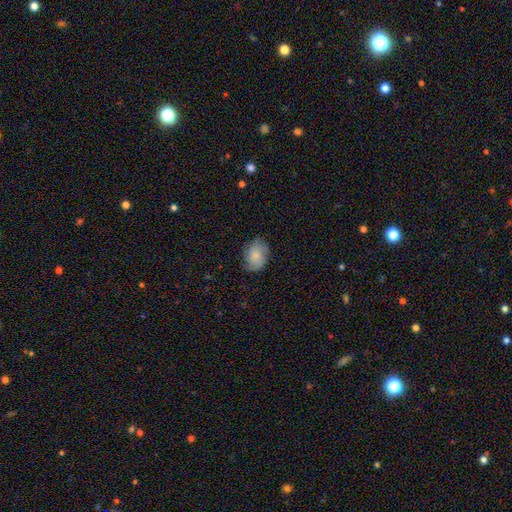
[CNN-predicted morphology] smooth-or-featured: smooth: 74% | featured or disk: 19% | star or artifact: 7%
  how-rounded: in between: 71% | round: 28% | cigar-shaped: 1%
  merging: none: 71% | minor disturbance: 22% | major disturbance: 5% | merger: 1%